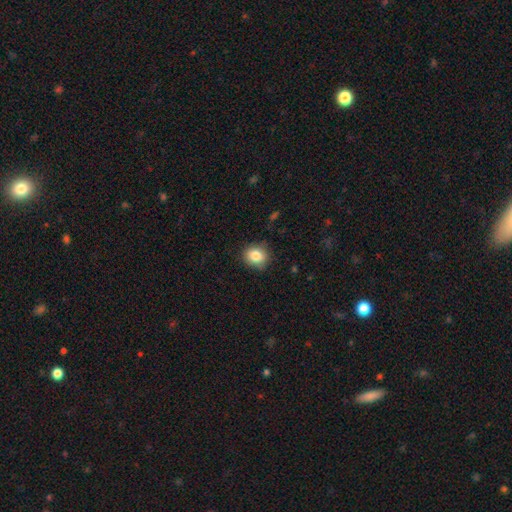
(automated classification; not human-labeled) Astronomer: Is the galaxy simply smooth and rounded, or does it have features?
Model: smooth — 84%.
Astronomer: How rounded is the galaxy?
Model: round — 72%.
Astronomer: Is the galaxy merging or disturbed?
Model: none — 81%.